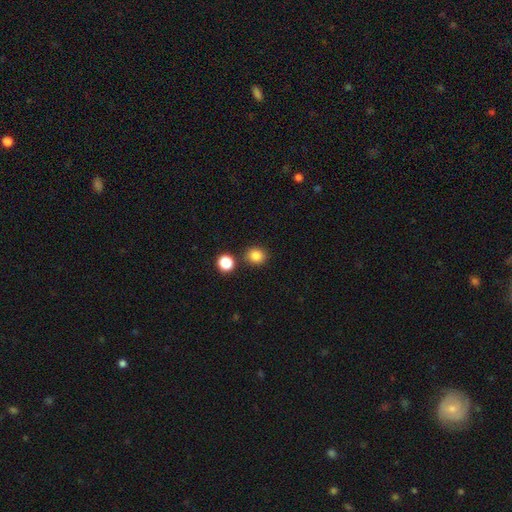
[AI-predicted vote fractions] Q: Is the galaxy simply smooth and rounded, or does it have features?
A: smooth — 84%.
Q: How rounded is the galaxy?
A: round — 83%.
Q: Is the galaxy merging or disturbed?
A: none — 84%.